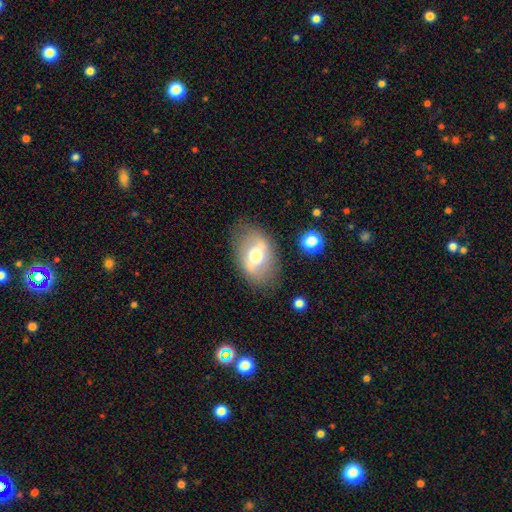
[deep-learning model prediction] Morphology: type=featured or disk (48%); merging=none (75%).